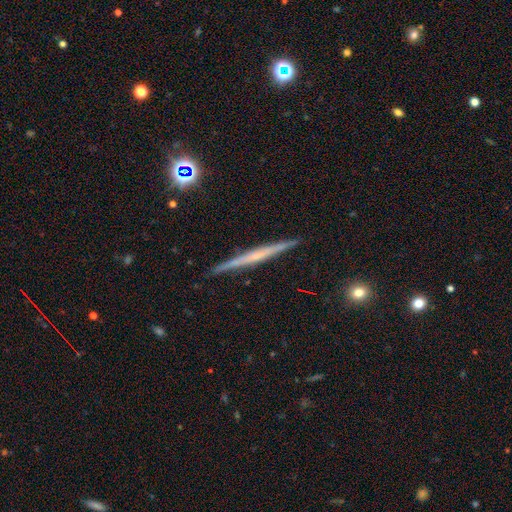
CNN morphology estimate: Smooth or featured? featured or disk (65%)
Edge-on disk? yes (98%)
Edge-on bulge? none (68%)
Merging? none (91%)